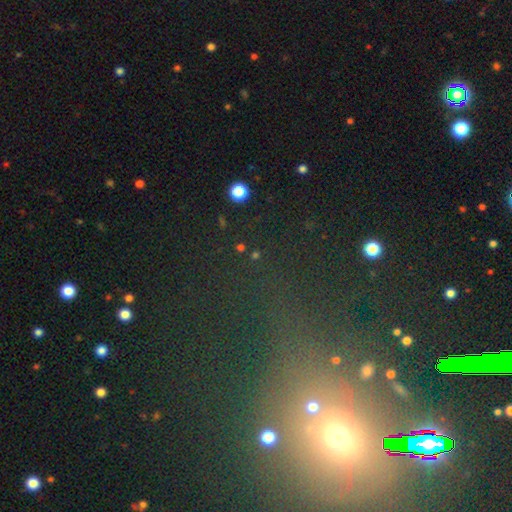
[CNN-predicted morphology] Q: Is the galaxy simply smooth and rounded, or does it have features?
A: star or artifact — 56%.